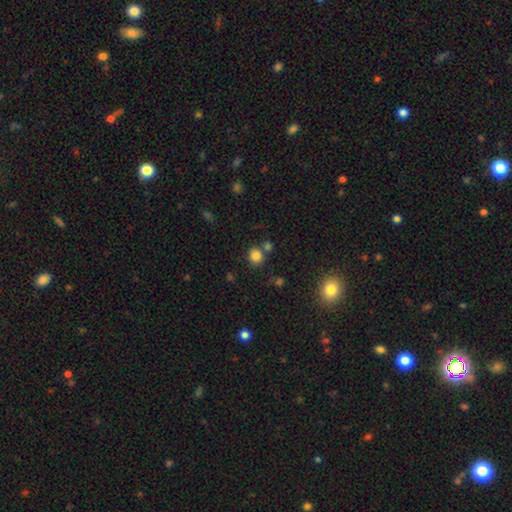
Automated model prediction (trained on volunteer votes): A smooth galaxy with no disk features (82%) that is round (82%). Merging: none (72%).